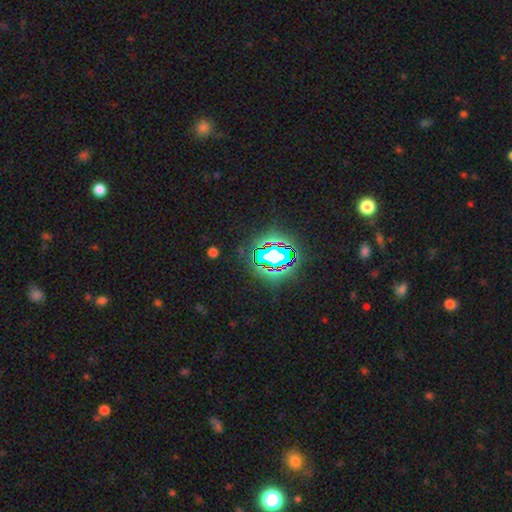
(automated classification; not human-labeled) smooth-or-featured: star or artifact: 82% | smooth: 11% | featured or disk: 7%